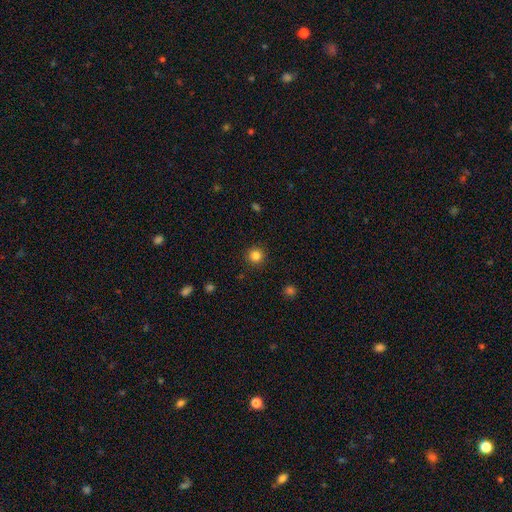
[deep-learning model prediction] A smooth galaxy with no disk features (84%) that is round (95%). Merging: none (91%).